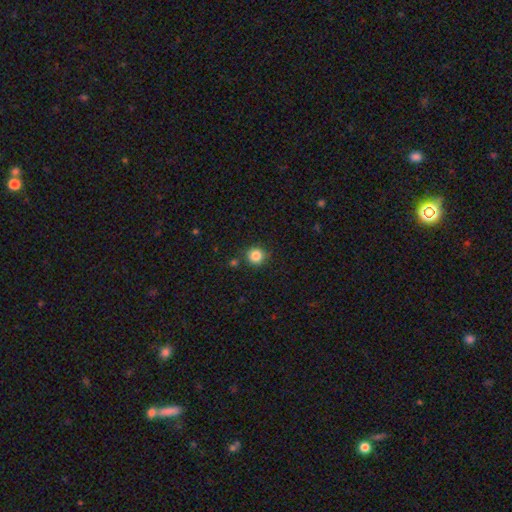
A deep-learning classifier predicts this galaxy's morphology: A smooth galaxy with no disk features (85%) that is round (94%).

Vote fractions:
- Smooth or featured? smooth: 85% / star or artifact: 11% / featured or disk: 4%
- How rounded? round: 94% / in between: 5% / cigar-shaped: 1%
- Merging? none: 87% / minor disturbance: 7% / merger: 3% / major disturbance: 2%